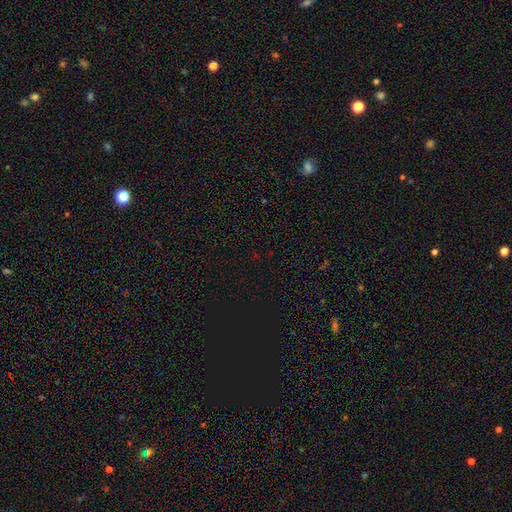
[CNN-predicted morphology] type=star or artifact (70%).